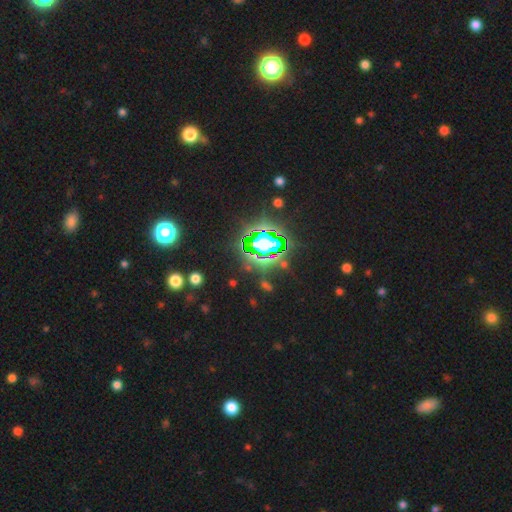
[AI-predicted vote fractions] This is clearly a star or artifact rather than a galaxy (83%).